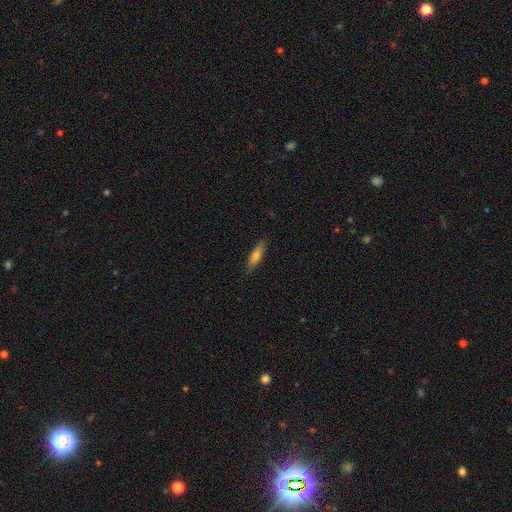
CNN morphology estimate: Smooth or featured? Predicted: smooth (p=0.70). How rounded? Predicted: cigar-shaped (p=0.65). Merging? Predicted: none (p=0.86).